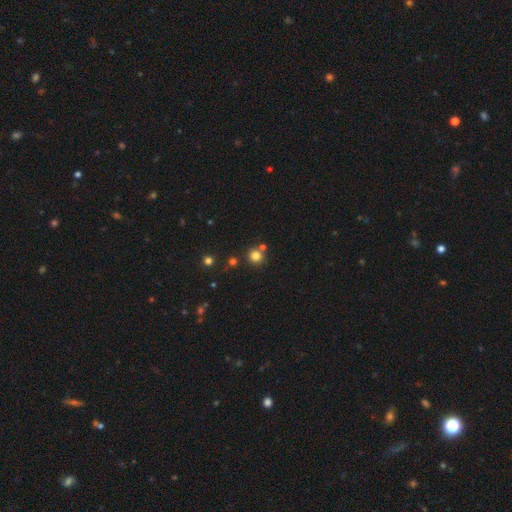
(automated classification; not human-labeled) This is likely a smooth galaxy (79%). How rounded: clearly round (92%). Merging: likely none (75%).